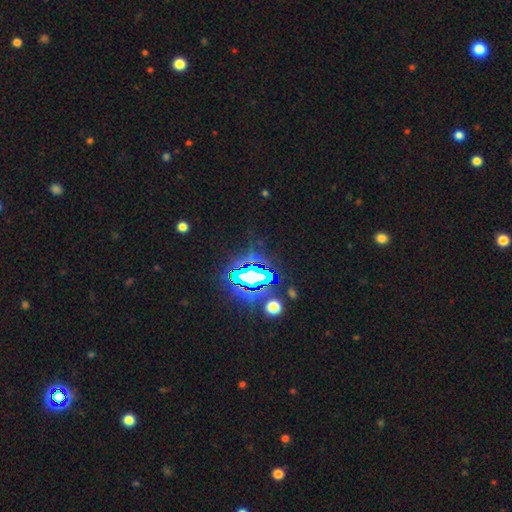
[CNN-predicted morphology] Smooth or featured?
  - star or artifact: 81% *
  - smooth: 12%
  - featured or disk: 7%